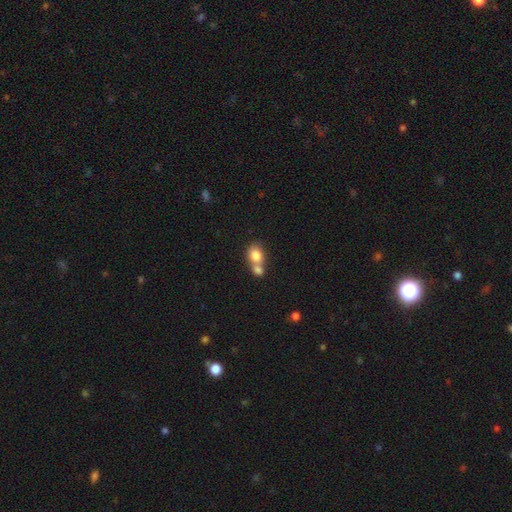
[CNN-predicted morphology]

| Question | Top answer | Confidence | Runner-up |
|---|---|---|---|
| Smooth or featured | smooth | 80% | featured or disk (12%) |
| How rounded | round | 53% | in between (46%) |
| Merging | merger | 65% | none (25%) |